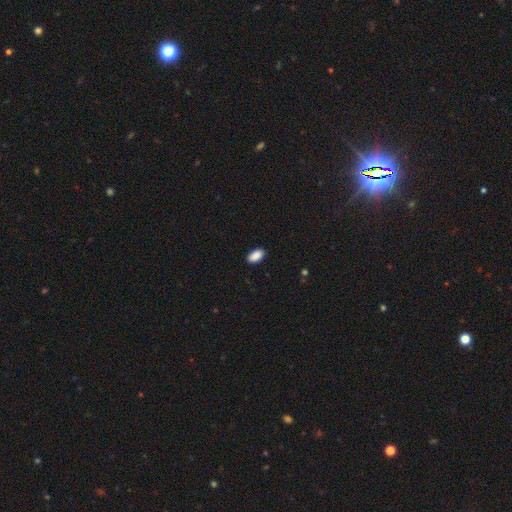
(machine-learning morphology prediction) Smooth or featured: smooth — 90% (star or artifact — 7%)
How rounded: in between — 94% (round — 4%)
Merging: none — 89% (minor disturbance — 9%)